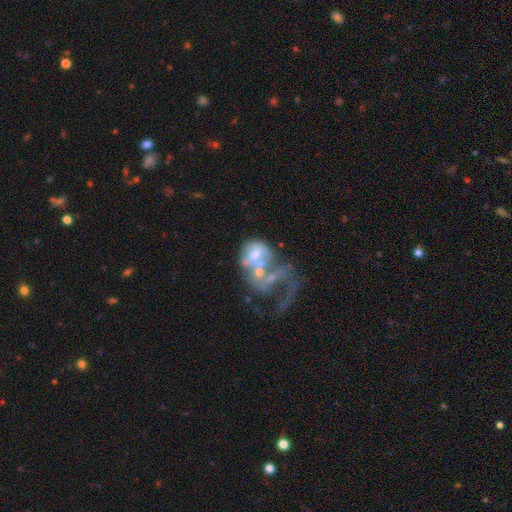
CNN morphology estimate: A featured or disk galaxy (61%) with no bar (75%), no spiral arms (73%) and a moderate central bulge (38%). Merging: merger (49%).